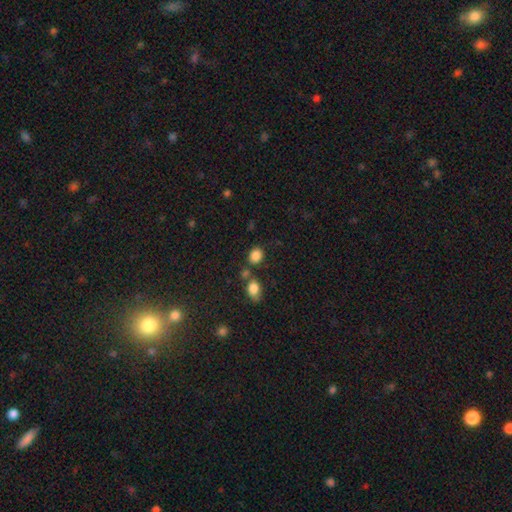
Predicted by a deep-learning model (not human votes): Smooth or featured? Predicted: smooth (p=0.85). How rounded? Predicted: round (p=0.54). Merging? Predicted: none (p=0.68).